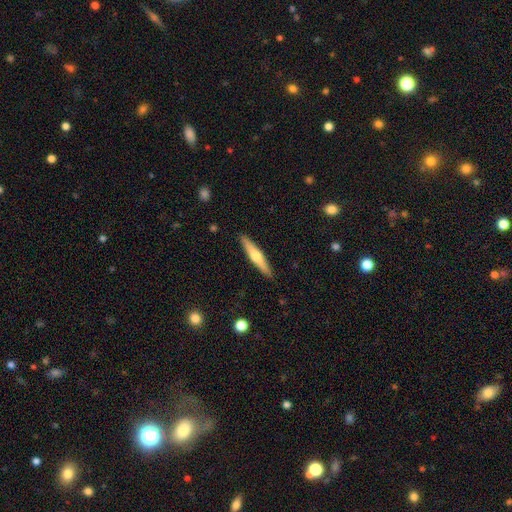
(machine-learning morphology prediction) Smooth or featured?
  - featured or disk: 54% *
  - smooth: 40%
  - star or artifact: 5%
Edge-on disk?
  - yes: 96% *
  - no: 4%
Edge-on bulge?
  - rounded: 88% *
  - none: 7%
  - boxy: 5%
Merging?
  - none: 91% *
  - minor disturbance: 6%
  - major disturbance: 1%
  - merger: 1%